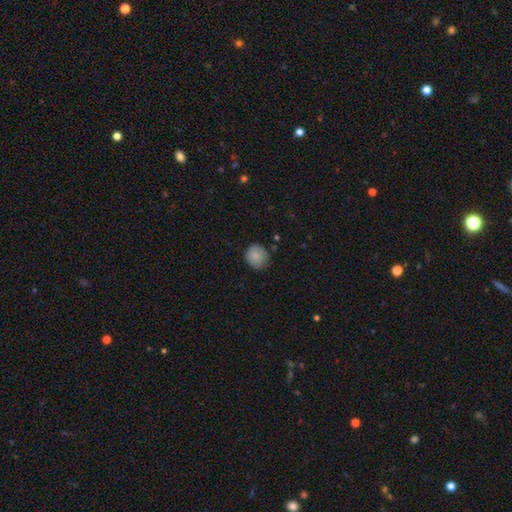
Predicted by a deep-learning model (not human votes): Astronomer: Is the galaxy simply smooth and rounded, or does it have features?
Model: smooth — 85%.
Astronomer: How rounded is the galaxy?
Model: round — 86%.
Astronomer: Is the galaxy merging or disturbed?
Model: none — 78%.